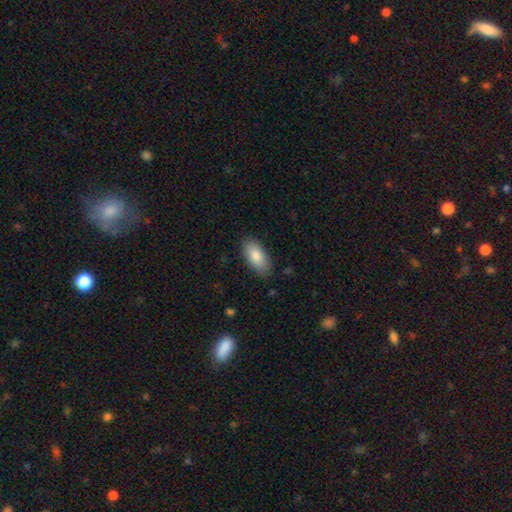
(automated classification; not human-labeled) A smooth galaxy with no disk features (85%) that is in between round and cigar-shaped (91%).

Vote fractions:
- Smooth or featured? smooth: 85% / featured or disk: 9% / star or artifact: 6%
- How rounded? in between: 91% / cigar-shaped: 6% / round: 2%
- Merging? none: 84% / minor disturbance: 12% / major disturbance: 3% / merger: 1%